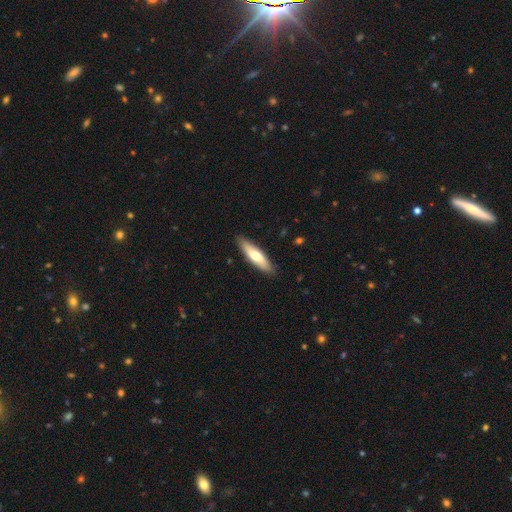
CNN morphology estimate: This is likely a smooth galaxy (64%). How rounded: likely cigar-shaped (64%). Merging: clearly none (88%).